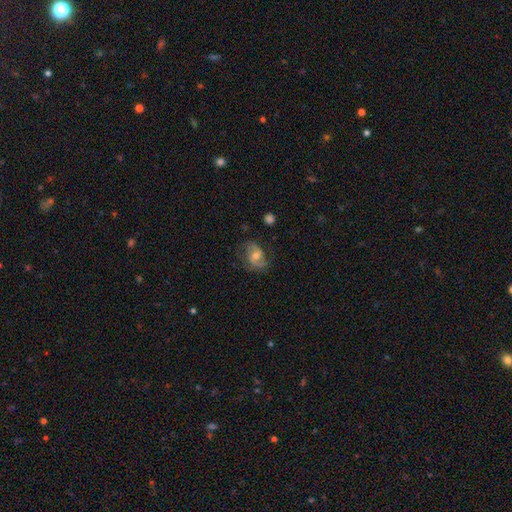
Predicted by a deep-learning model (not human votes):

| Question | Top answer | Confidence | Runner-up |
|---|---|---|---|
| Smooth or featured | featured or disk | 59% | smooth (31%) |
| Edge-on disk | no | 96% | yes (4%) |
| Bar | no | 53% | weak (37%) |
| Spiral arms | yes | 83% | no (17%) |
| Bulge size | moderate | 58% | small (32%) |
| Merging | none | 64% | minor disturbance (22%) |